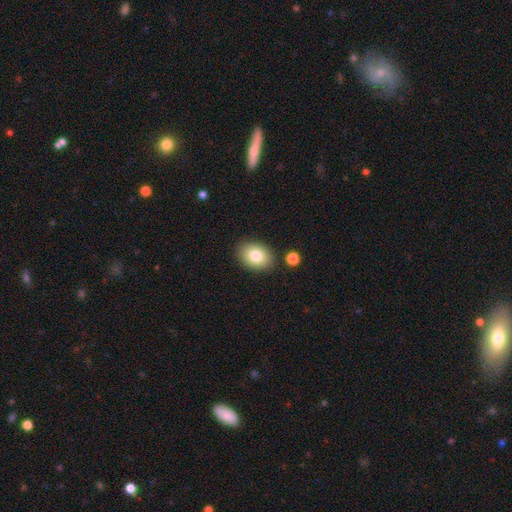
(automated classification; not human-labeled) Smooth or featured? Predicted: smooth (p=0.82). How rounded? Predicted: in between (p=0.73). Merging? Predicted: none (p=0.86).